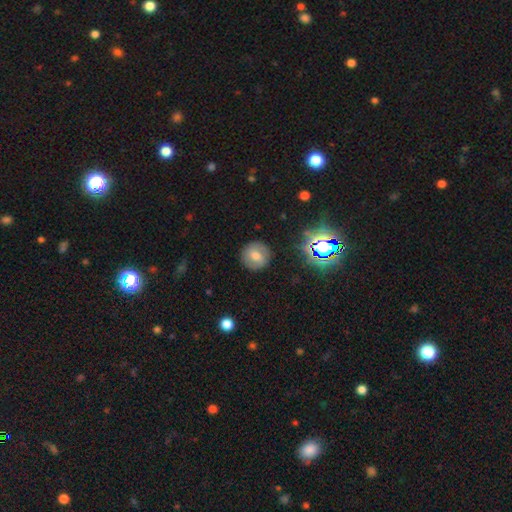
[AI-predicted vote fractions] Q: Smooth or featured?
A: smooth (61%); runner-up: featured or disk (25%)
Q: How rounded?
A: round (91%); runner-up: in between (8%)
Q: Merging?
A: none (88%); runner-up: minor disturbance (8%)